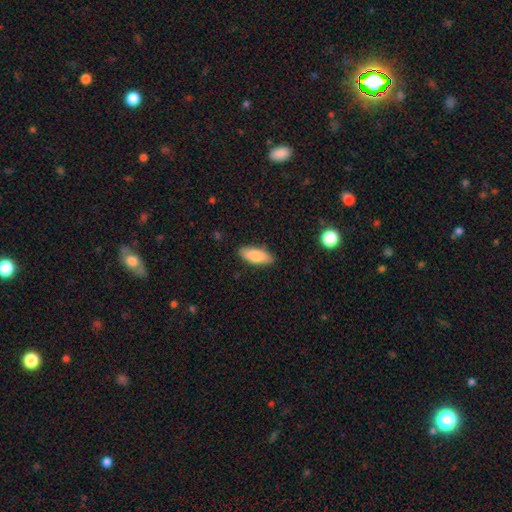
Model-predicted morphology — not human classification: Smooth or featured?
  - smooth: 84% *
  - featured or disk: 10%
  - star or artifact: 6%
How rounded?
  - in between: 79% *
  - cigar-shaped: 19%
  - round: 2%
Merging?
  - none: 87% *
  - minor disturbance: 10%
  - major disturbance: 2%
  - merger: 1%